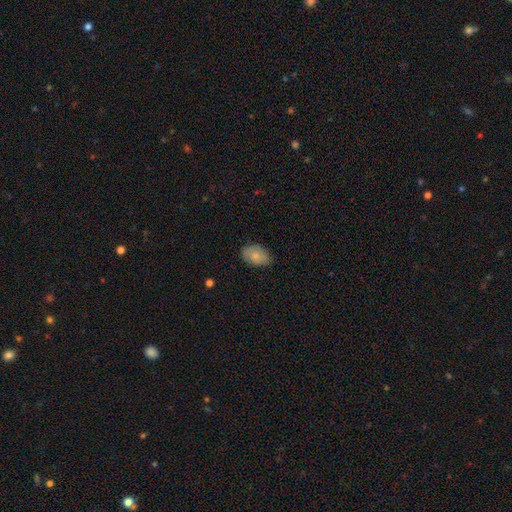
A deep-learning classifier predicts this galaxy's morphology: Q: Smooth or featured?
A: smooth (79%); runner-up: featured or disk (14%)
Q: How rounded?
A: in between (88%); runner-up: round (11%)
Q: Merging?
A: none (76%); runner-up: minor disturbance (19%)